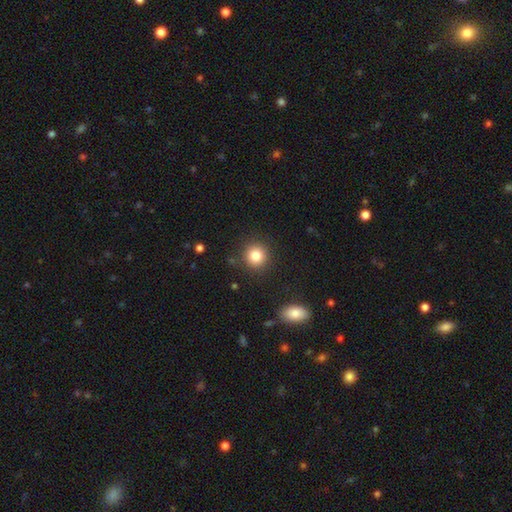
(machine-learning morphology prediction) This is clearly a smooth galaxy (84%). How rounded: clearly round (92%). Merging: clearly none (88%).